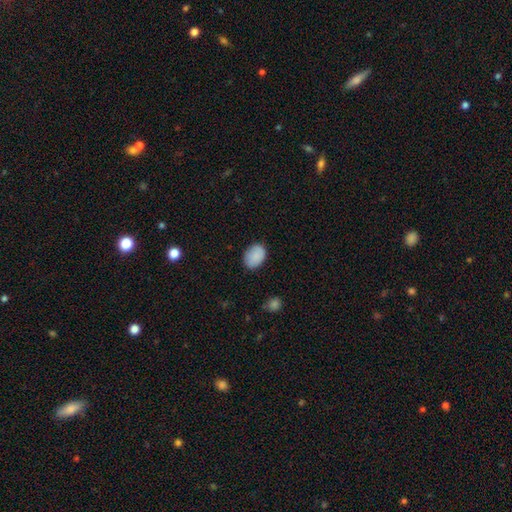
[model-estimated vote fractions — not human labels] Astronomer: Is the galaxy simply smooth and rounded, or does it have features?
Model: smooth — 89%.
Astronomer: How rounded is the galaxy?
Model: in between — 76%.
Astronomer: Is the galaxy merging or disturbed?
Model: none — 82%.